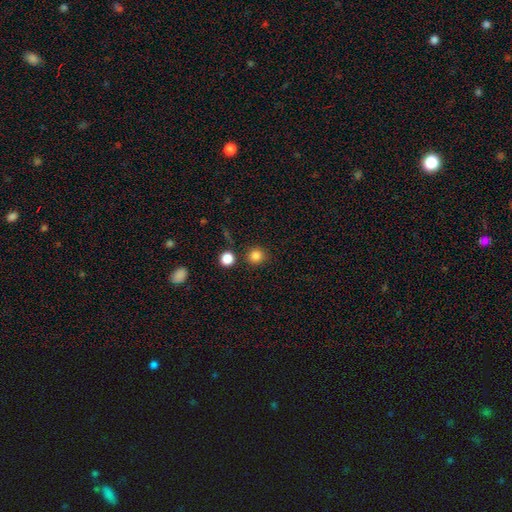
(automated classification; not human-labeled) Smooth or featured: smooth — 84% (star or artifact — 12%)
How rounded: round — 92% (in between — 7%)
Merging: none — 85% (minor disturbance — 7%)